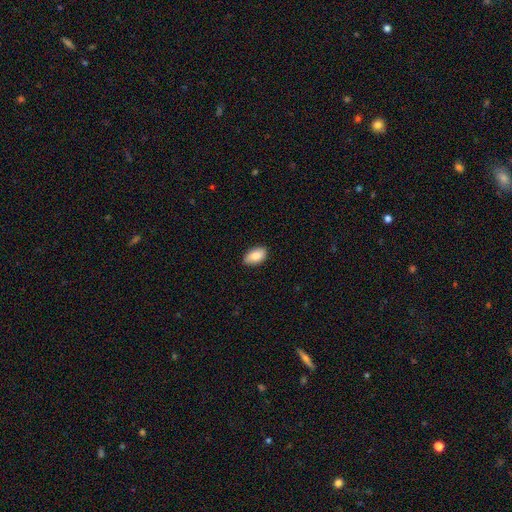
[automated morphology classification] A smooth galaxy with no disk features (86%) that is in between round and cigar-shaped (93%).

Vote fractions:
- Smooth or featured? smooth: 86% / featured or disk: 8% / star or artifact: 7%
- How rounded? in between: 93% / round: 5% / cigar-shaped: 2%
- Merging? none: 85% / minor disturbance: 13% / major disturbance: 2% / merger: 1%